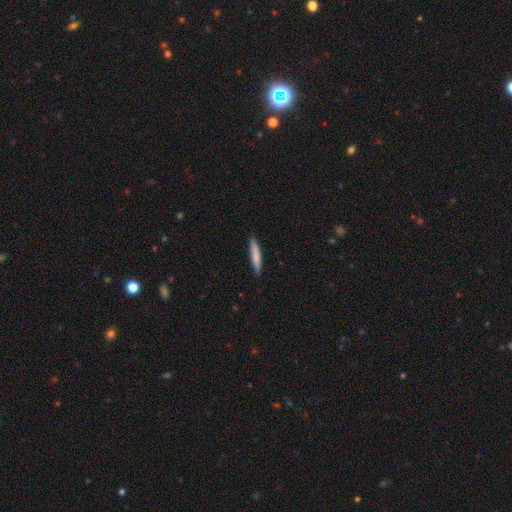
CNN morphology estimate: Smooth or featured: smooth — 78% (featured or disk — 16%)
How rounded: cigar-shaped — 92% (in between — 7%)
Merging: none — 89% (minor disturbance — 9%)